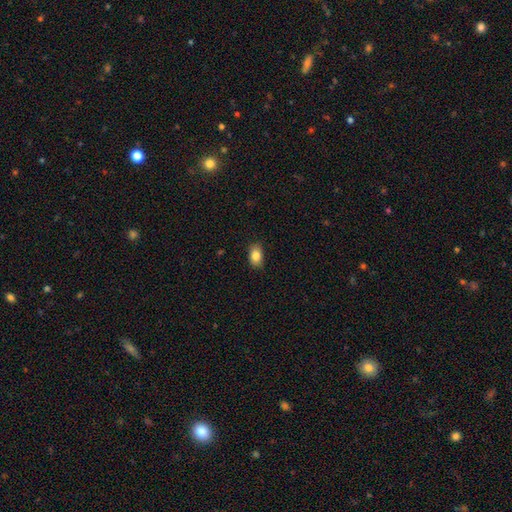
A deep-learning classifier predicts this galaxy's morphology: Smooth or featured? smooth (85%)
How rounded? in between (84%)
Merging? none (84%)